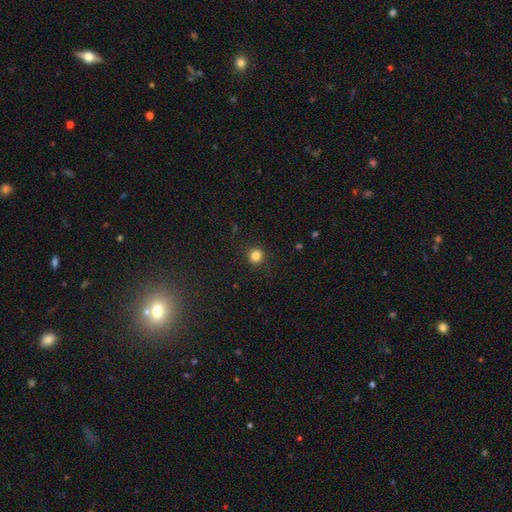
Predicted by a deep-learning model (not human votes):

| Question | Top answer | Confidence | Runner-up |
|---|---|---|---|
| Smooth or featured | smooth | 84% | star or artifact (12%) |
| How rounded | round | 93% | in between (6%) |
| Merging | none | 90% | minor disturbance (6%) |